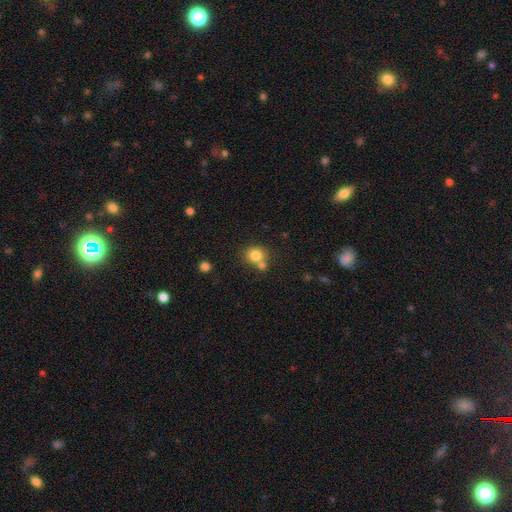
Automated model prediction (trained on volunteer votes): Smooth or featured? smooth (80%)
How rounded? round (84%)
Merging? none (55%)